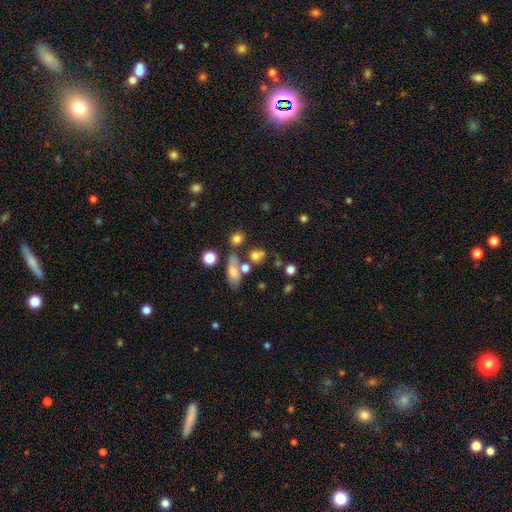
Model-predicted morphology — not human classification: A smooth galaxy with no disk features (72%) that is round (65%). Merging: none (54%).